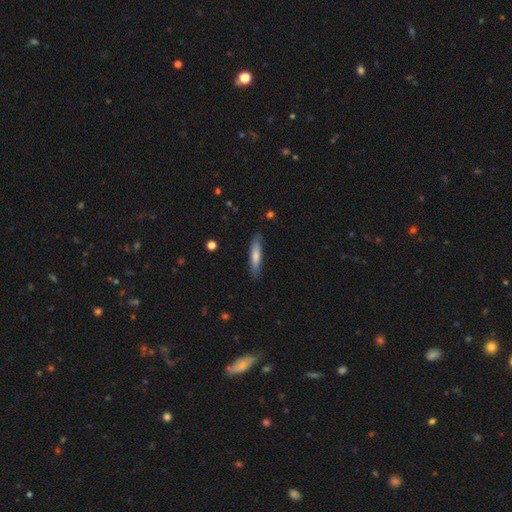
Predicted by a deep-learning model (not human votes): smooth_or_featured: smooth (p=0.70) [alt: featured or disk p=0.24]
how_rounded: cigar-shaped (p=0.78) [alt: in between p=0.21]
merging: none (p=0.83) [alt: minor disturbance p=0.14]